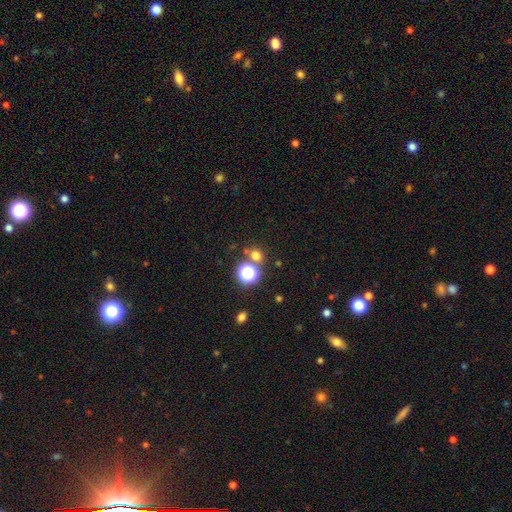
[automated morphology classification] Smooth or featured?
  - smooth: 66% *
  - star or artifact: 27%
  - featured or disk: 7%
How rounded?
  - round: 76% *
  - in between: 23%
  - cigar-shaped: 1%
Merging?
  - none: 73% *
  - merger: 16%
  - minor disturbance: 8%
  - major disturbance: 4%